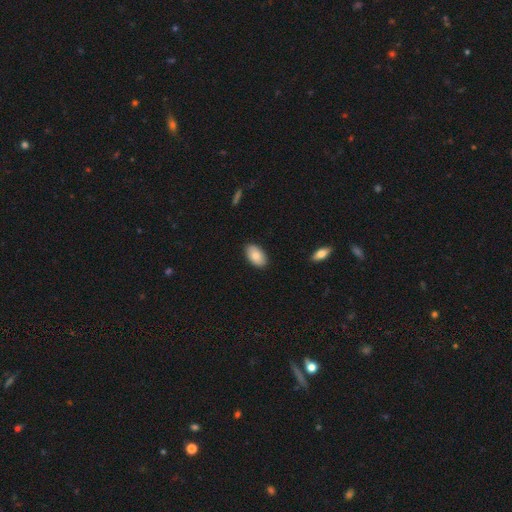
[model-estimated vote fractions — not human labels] The model was most divided on "smooth or featured": smooth: 83%, featured or disk: 11%, star or artifact: 7%. More confident: how rounded — in between (94%); merging — none (87%).